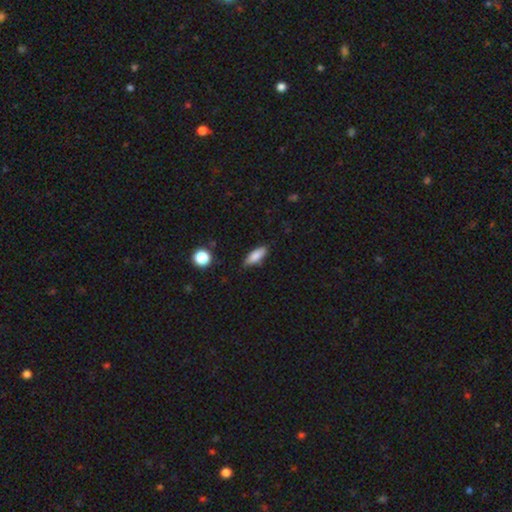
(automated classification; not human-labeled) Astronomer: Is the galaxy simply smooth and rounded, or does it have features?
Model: smooth — 83%.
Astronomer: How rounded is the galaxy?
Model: in between — 63%.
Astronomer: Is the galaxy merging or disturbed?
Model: none — 80%.